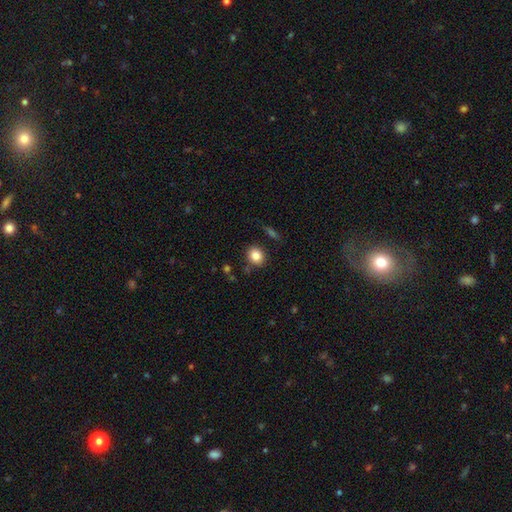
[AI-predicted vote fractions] Smooth or featured?
  - smooth: 84% *
  - star or artifact: 10%
  - featured or disk: 6%
How rounded?
  - round: 69% *
  - in between: 30%
  - cigar-shaped: 1%
Merging?
  - none: 84% *
  - minor disturbance: 10%
  - merger: 3%
  - major disturbance: 3%